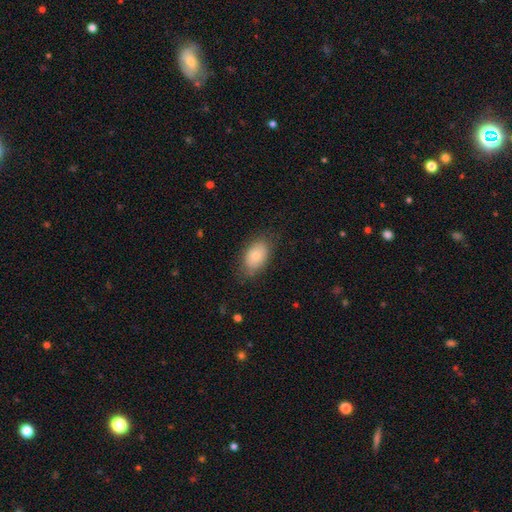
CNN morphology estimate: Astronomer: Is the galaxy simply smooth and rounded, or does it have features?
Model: smooth — 76%.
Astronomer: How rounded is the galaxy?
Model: in between — 89%.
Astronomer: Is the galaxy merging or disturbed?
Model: none — 76%.